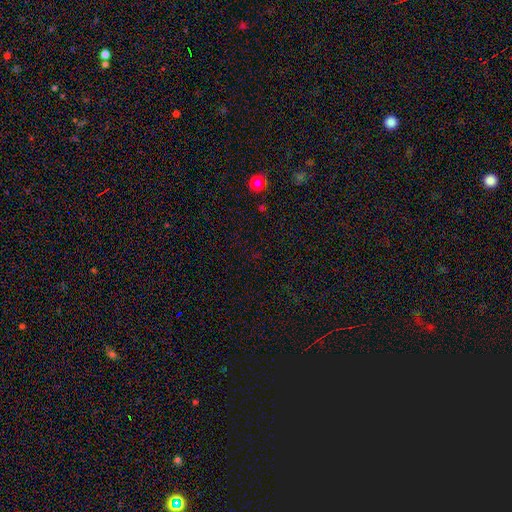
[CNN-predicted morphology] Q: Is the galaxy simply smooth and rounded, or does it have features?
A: star or artifact — 67%.